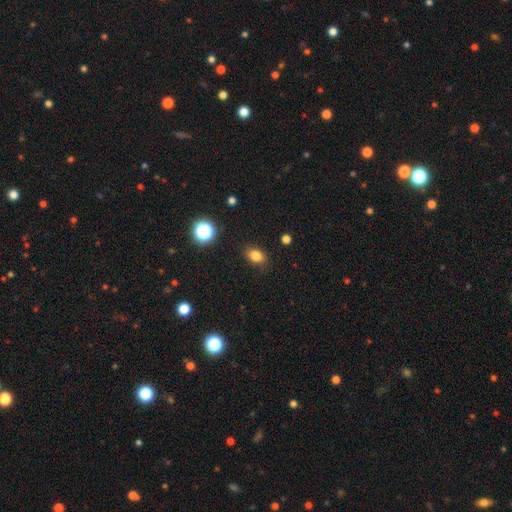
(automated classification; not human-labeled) This is clearly a smooth galaxy (82%). How rounded: likely in between (70%). Merging: clearly none (86%).